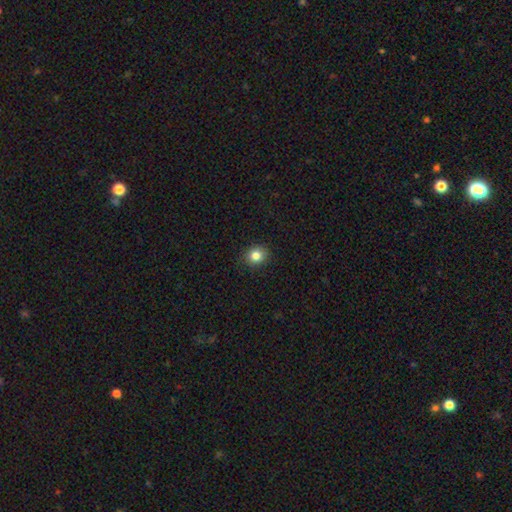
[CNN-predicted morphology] A smooth galaxy with no disk features (83%) that is round (76%).

Vote fractions:
- Smooth or featured? smooth: 83% / star or artifact: 11% / featured or disk: 6%
- How rounded? round: 76% / in between: 23% / cigar-shaped: 1%
- Merging? none: 89% / minor disturbance: 8% / major disturbance: 2% / merger: 1%